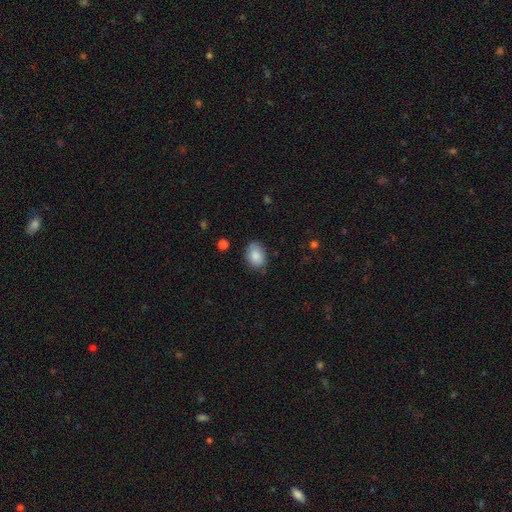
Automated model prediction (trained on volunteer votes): This appears to be a smooth galaxy with no disk features (85%) that is in between round and cigar-shaped (77%). Merging: none (75%).